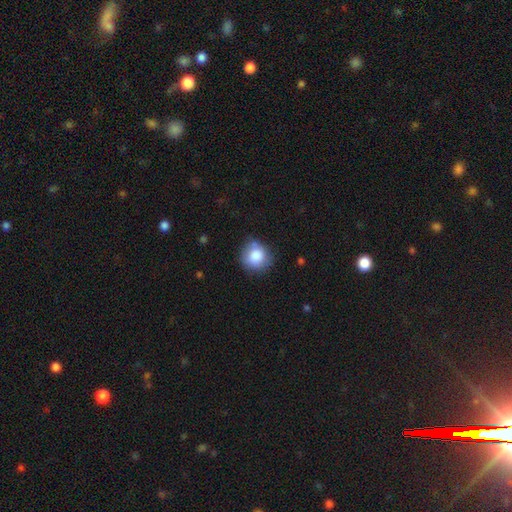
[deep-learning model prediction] Smooth or featured? Predicted: smooth (p=0.83). How rounded? Predicted: round (p=0.87). Merging? Predicted: none (p=0.70).